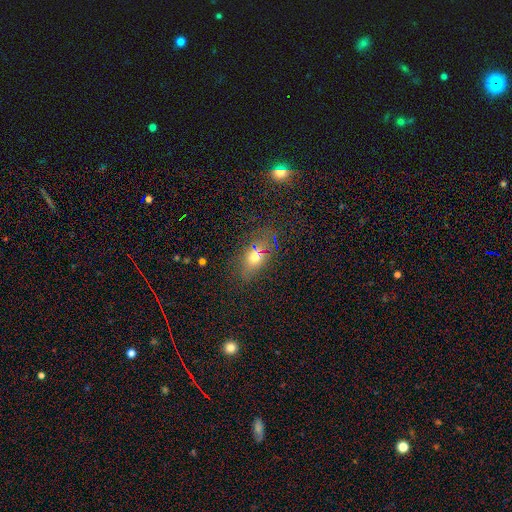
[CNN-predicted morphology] The model was most divided on "smooth or featured": smooth: 64%, star or artifact: 20%, featured or disk: 16%. More confident: merging — none (75%); how rounded — in between (73%).